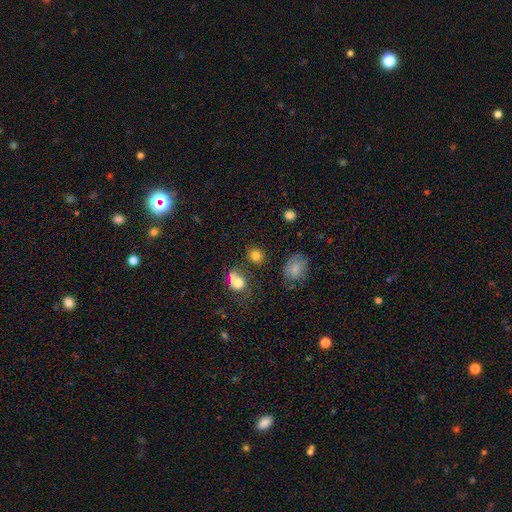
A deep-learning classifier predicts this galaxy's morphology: Smooth or featured? smooth (79%)
How rounded? round (72%)
Merging? none (72%)